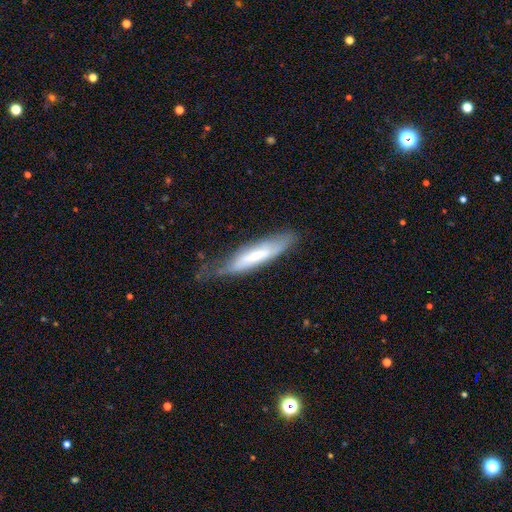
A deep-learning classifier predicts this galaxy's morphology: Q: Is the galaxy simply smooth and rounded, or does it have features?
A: featured or disk — 46%.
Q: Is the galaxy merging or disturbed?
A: none — 63%.